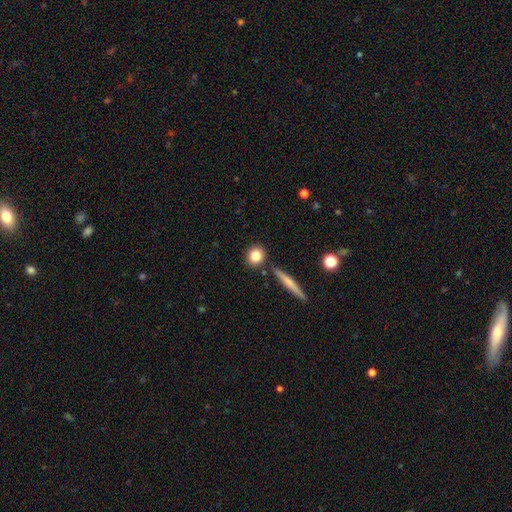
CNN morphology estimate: Smooth or featured? smooth (81%)
How rounded? round (80%)
Merging? none (83%)